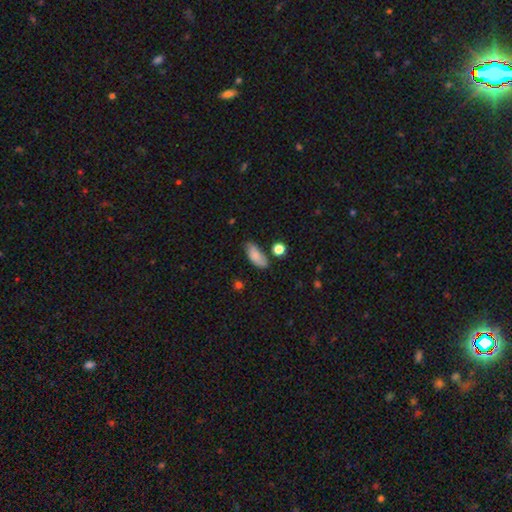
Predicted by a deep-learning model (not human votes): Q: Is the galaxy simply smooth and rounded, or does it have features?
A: smooth — 83%.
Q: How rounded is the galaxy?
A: in between — 85%.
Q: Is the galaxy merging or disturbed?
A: none — 66%.